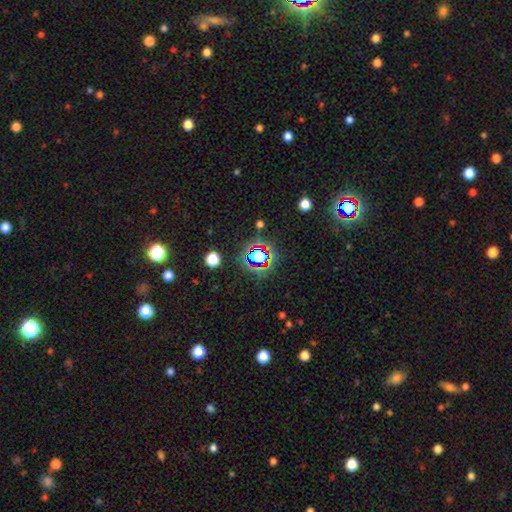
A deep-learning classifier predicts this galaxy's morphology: type=star or artifact (65%).